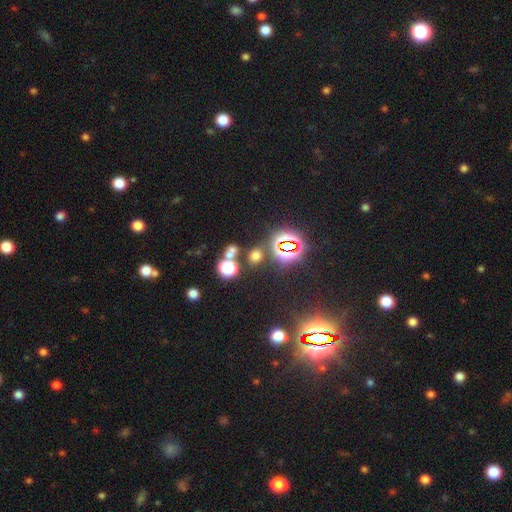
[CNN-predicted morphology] The model was most divided on "smooth or featured": smooth: 48%, star or artifact: 45%, featured or disk: 7%. More confident: merging — none (73%).